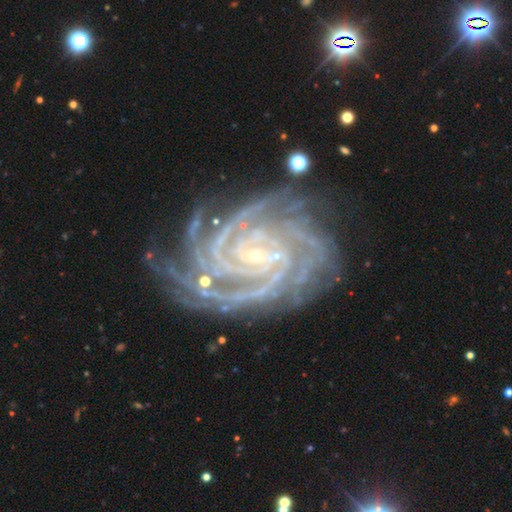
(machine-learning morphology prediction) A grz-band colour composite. It shows a featured or disk galaxy (93%) with no bar (46%), 4 (31%) tight (82%) spiral arms (99%) and a small central bulge (87%). Merging: none (71%).